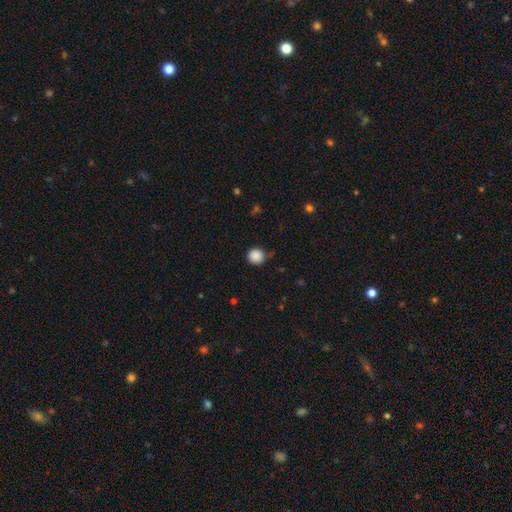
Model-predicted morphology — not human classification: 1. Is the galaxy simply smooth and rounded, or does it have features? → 88% smooth, 10% star or artifact, 3% featured or disk.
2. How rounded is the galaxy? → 93% round, 6% in between, 1% cigar-shaped.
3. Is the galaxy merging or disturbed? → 84% none, 11% minor disturbance, 3% major disturbance, 2% merger.